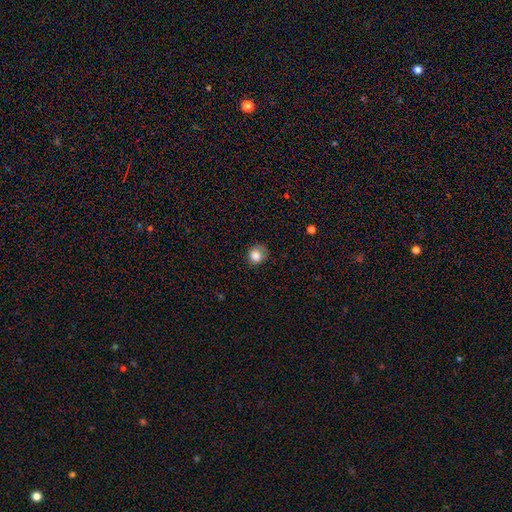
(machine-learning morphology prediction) Smooth or featured: smooth — 84% (star or artifact — 10%)
How rounded: round — 81% (in between — 18%)
Merging: none — 65% (minor disturbance — 26%)